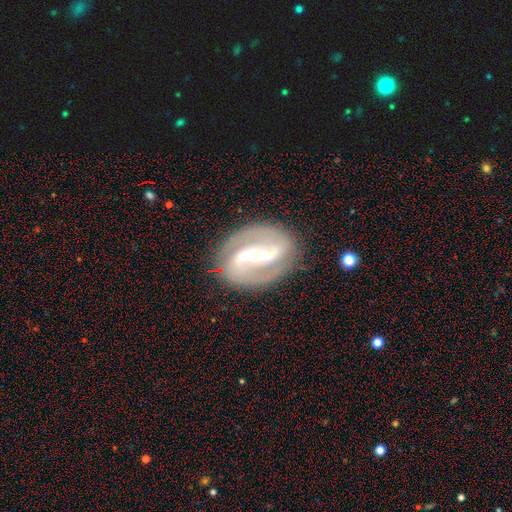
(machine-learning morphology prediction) smooth_or_featured: featured or disk (p=0.88) [alt: smooth p=0.07]
disk_edge_on: no (p=0.96) [alt: yes p=0.04]
bar: strong (p=0.68) [alt: weak p=0.22]
has_spiral_arms: yes (p=0.93) [alt: no p=0.07]
spiral_winding: medium (p=0.48) [alt: tight p=0.27]
spiral_arm_count: 2 (p=0.91) [alt: can't tell p=0.04]
bulge_size: small (p=0.59) [alt: moderate p=0.33]
merging: none (p=0.80) [alt: minor disturbance p=0.13]